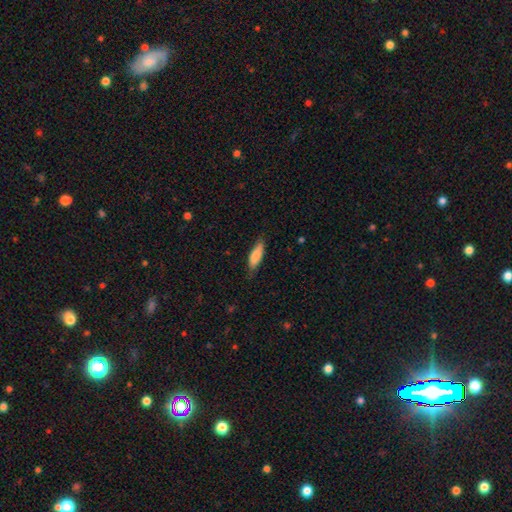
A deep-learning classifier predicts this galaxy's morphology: smooth-or-featured: smooth: 79% | featured or disk: 15% | star or artifact: 6%
  how-rounded: in between: 56% | cigar-shaped: 42% | round: 2%
  merging: none: 76% | minor disturbance: 20% | major disturbance: 3% | merger: 1%